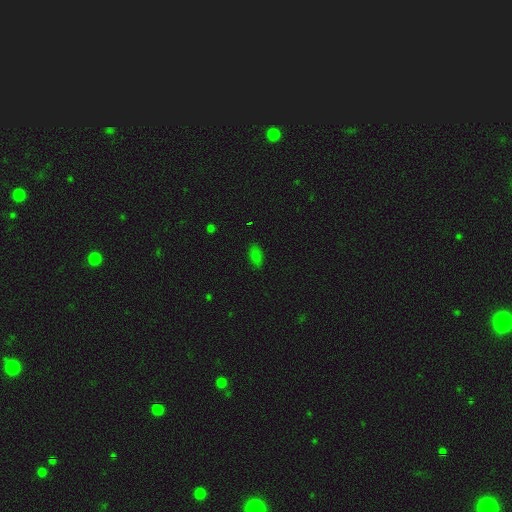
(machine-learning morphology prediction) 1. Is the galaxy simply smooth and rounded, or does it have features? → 79% smooth, 15% star or artifact, 5% featured or disk.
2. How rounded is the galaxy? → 90% in between, 6% cigar-shaped, 4% round.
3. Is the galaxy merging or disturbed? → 84% none, 12% minor disturbance, 3% major disturbance, 1% merger.